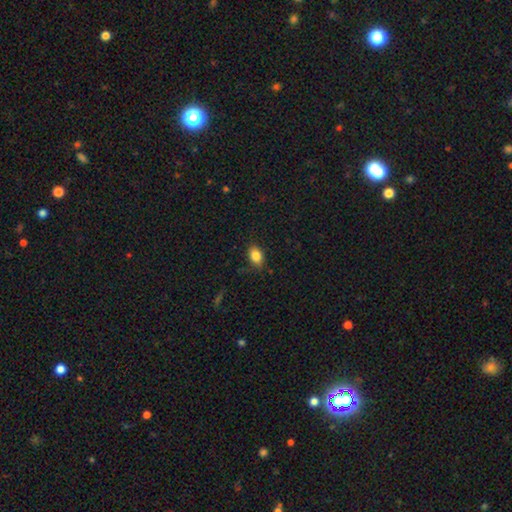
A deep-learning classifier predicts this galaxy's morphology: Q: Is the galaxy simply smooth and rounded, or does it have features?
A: smooth — 84%.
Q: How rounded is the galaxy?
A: in between — 81%.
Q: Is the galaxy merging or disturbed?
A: none — 79%.